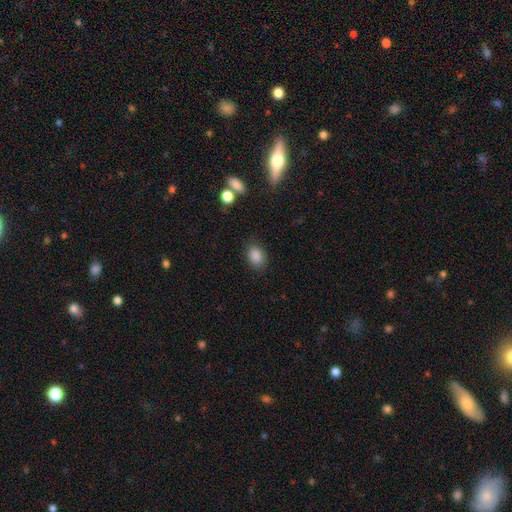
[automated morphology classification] The model was most divided on "how rounded": in between: 72%, round: 26%, cigar-shaped: 1%. More confident: smooth or featured — smooth (87%); merging — none (83%).